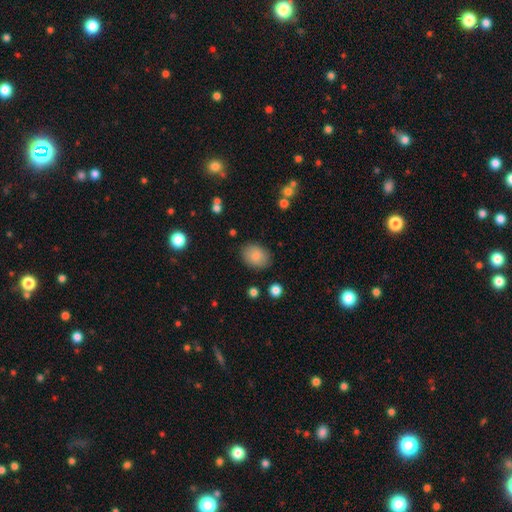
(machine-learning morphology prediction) Smooth or featured: smooth — 84% (featured or disk — 8%)
How rounded: in between — 66% (round — 33%)
Merging: none — 85% (minor disturbance — 11%)